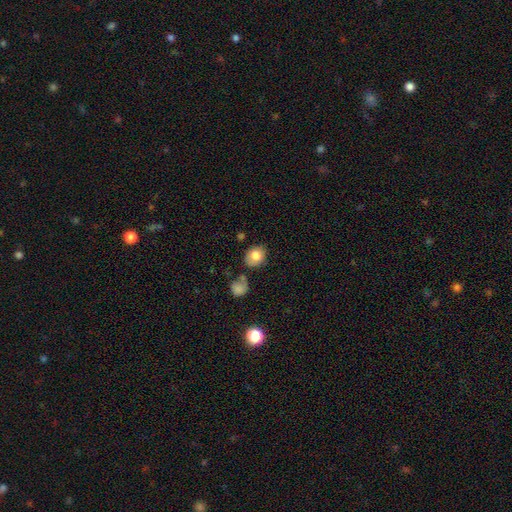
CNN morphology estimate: Smooth or featured: smooth — 82% (featured or disk — 10%)
How rounded: round — 57% (in between — 42%)
Merging: none — 67% (minor disturbance — 18%)